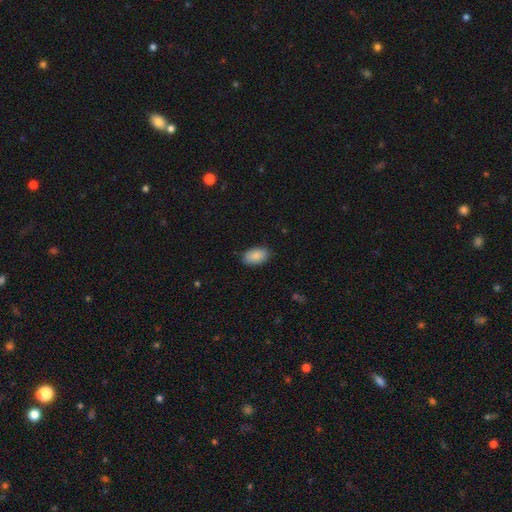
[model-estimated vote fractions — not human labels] The model was most divided on "merging": none: 85%, minor disturbance: 11%, major disturbance: 2%, merger: 1%. More confident: how rounded — in between (92%); smooth or featured — smooth (87%).